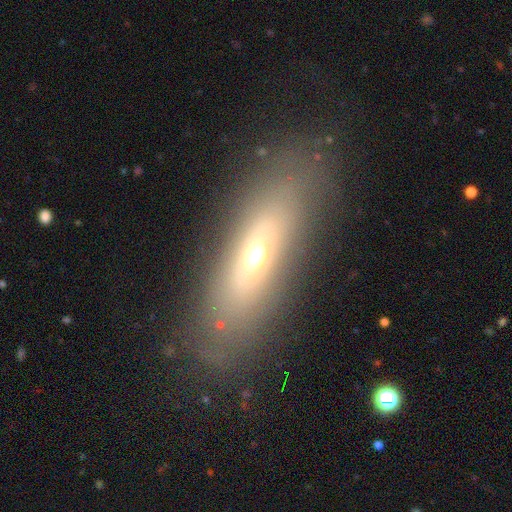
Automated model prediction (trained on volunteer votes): A smooth galaxy with no disk features (52%) that is in between round and cigar-shaped (54%).

Vote fractions:
- Smooth or featured? smooth: 52% / featured or disk: 35% / star or artifact: 12%
- How rounded? in between: 54% / cigar-shaped: 40% / round: 5%
- Merging? none: 76% / minor disturbance: 13% / major disturbance: 9% / merger: 2%